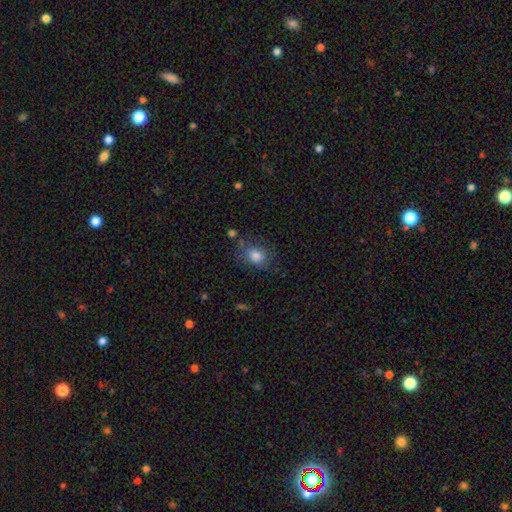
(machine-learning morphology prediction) Overall: smooth (79%). How rounded: in between (52%; round 47%). Merging: none (63%).